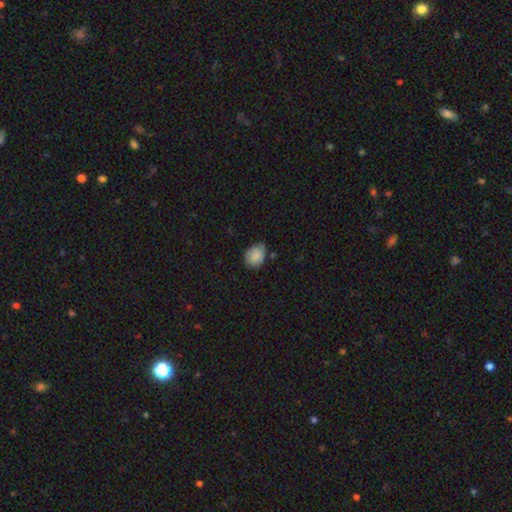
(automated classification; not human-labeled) A smooth galaxy with no disk features (83%) that is round (53%). Merging: none (63%).